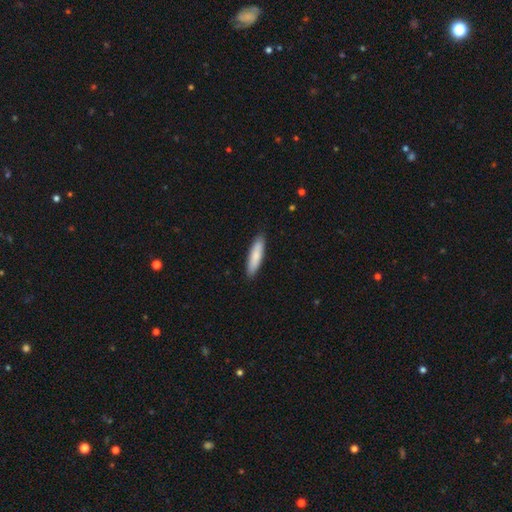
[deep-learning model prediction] Smooth or featured?
  - smooth: 83% *
  - featured or disk: 11%
  - star or artifact: 5%
How rounded?
  - cigar-shaped: 76% *
  - in between: 23%
  - round: 1%
Merging?
  - none: 89% *
  - minor disturbance: 9%
  - major disturbance: 2%
  - merger: 1%